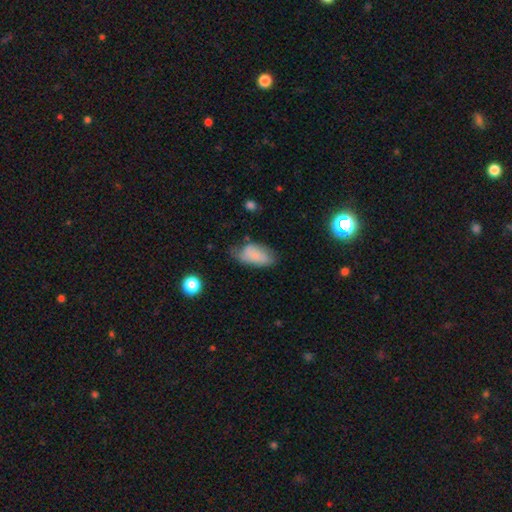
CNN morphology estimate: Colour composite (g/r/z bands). It shows a smooth galaxy with no disk features (77%) that is in between round and cigar-shaped (92%). Merging: none (42%).